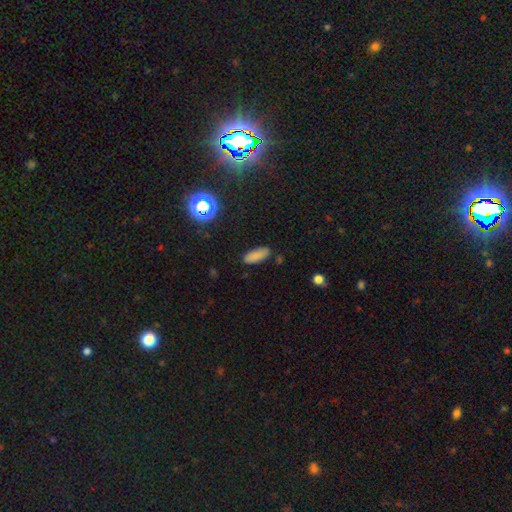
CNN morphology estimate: Smooth or featured?
  - smooth: 83% *
  - star or artifact: 11%
  - featured or disk: 6%
How rounded?
  - in between: 74% *
  - cigar-shaped: 24%
  - round: 2%
Merging?
  - none: 84% *
  - minor disturbance: 12%
  - major disturbance: 3%
  - merger: 2%